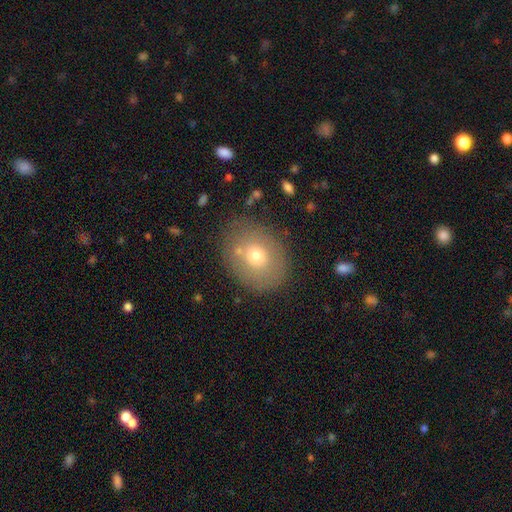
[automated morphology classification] Q: Smooth or featured?
A: smooth (69%); runner-up: featured or disk (20%)
Q: How rounded?
A: round (52%); runner-up: in between (47%)
Q: Merging?
A: none (78%); runner-up: minor disturbance (13%)